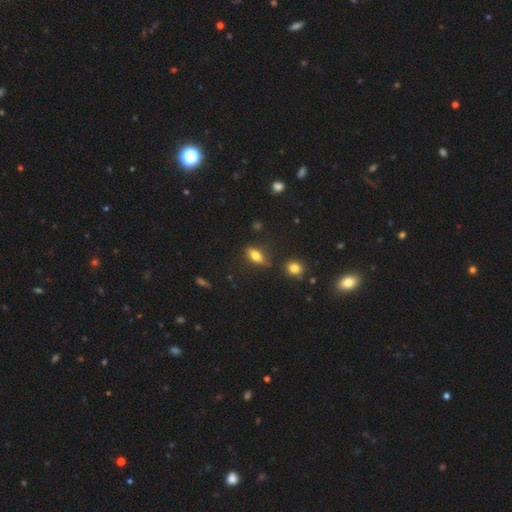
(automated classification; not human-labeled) Smooth or featured: smooth — 68% (featured or disk — 21%)
How rounded: in between — 74% (cigar-shaped — 19%)
Merging: none — 78% (minor disturbance — 14%)